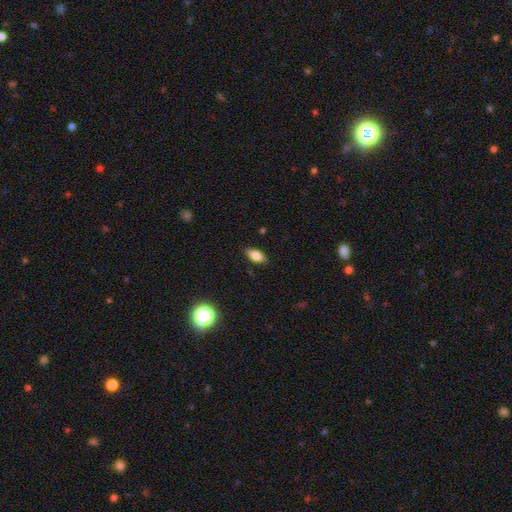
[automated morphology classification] smooth 79%, featured or disk 13%, star or artifact 8%. Down the decision tree: how rounded — in between (86%); merging — none (87%).